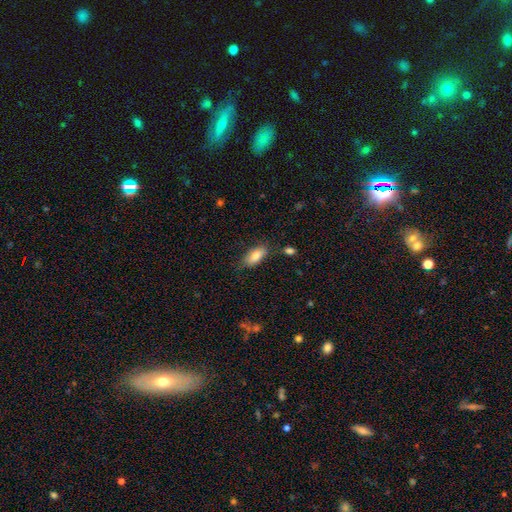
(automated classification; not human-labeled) smooth-or-featured: smooth: 81% | featured or disk: 12% | star or artifact: 7%
  how-rounded: in between: 88% | cigar-shaped: 9% | round: 3%
  merging: none: 74% | minor disturbance: 18% | major disturbance: 4% | merger: 4%